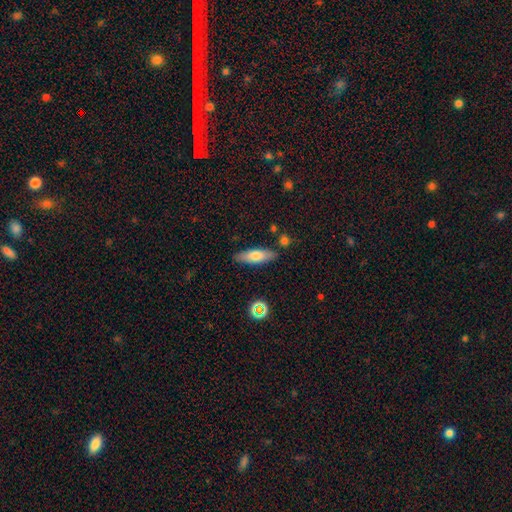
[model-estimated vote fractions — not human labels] A smooth galaxy with no disk features (67%) that is in between round and cigar-shaped (50%).

Vote fractions:
- Smooth or featured? smooth: 67% / featured or disk: 26% / star or artifact: 7%
- How rounded? in between: 50% / cigar-shaped: 48% / round: 2%
- Merging? none: 83% / minor disturbance: 11% / merger: 3% / major disturbance: 2%